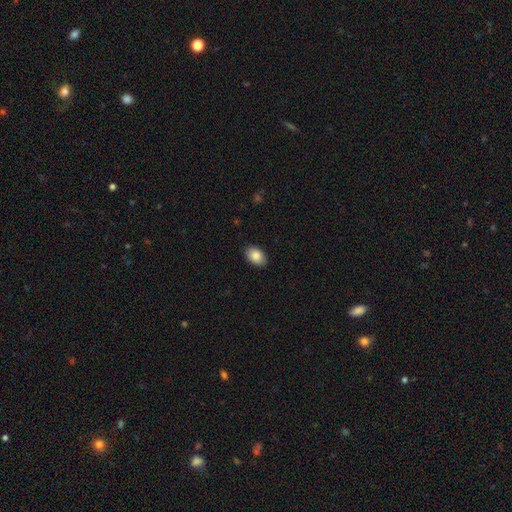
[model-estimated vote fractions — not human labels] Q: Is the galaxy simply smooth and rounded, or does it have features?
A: smooth — 88%.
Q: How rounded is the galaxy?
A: in between — 89%.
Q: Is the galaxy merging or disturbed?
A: none — 89%.